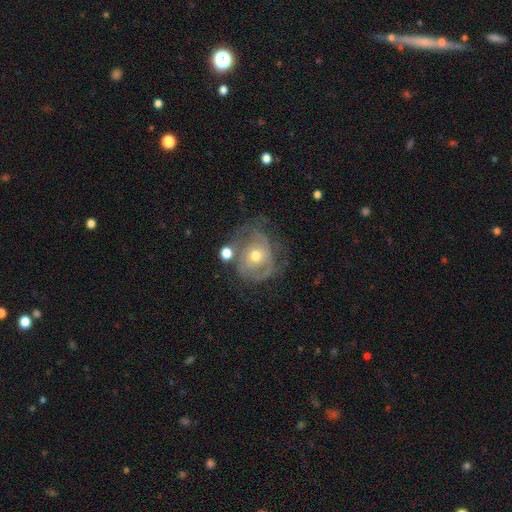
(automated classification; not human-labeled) Smooth or featured?
  - featured or disk: 71% *
  - smooth: 22%
  - star or artifact: 7%
Edge-on disk?
  - no: 97% *
  - yes: 3%
Bar?
  - no: 79% *
  - weak: 17%
  - strong: 4%
Spiral arms?
  - yes: 73% *
  - no: 27%
Spiral winding?
  - tight: 61% *
  - medium: 28%
  - loose: 12%
Spiral arm count?
  - can't tell: 42% *
  - 2: 29%
  - 1: 11%
  - 3: 11%
  - 4: 3%
  - more than 4: 3%
Bulge size?
  - moderate: 70% *
  - small: 24%
  - large: 4%
  - none: 1%
  - dominant: 1%
Merging?
  - none: 44% *
  - minor disturbance: 25%
  - major disturbance: 22%
  - merger: 10%